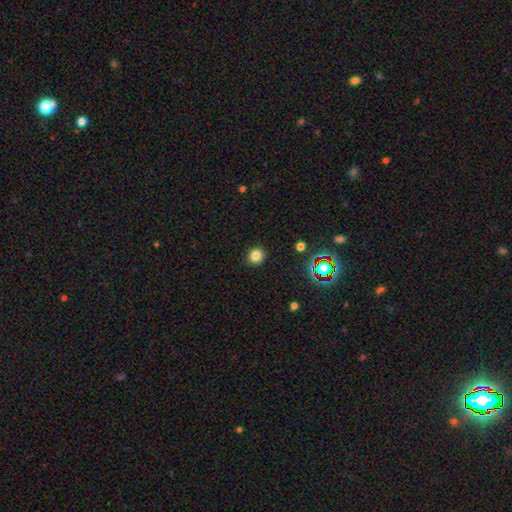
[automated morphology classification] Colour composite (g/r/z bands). It shows a smooth galaxy with no disk features (81%) that is round (87%). Merging: none (91%).